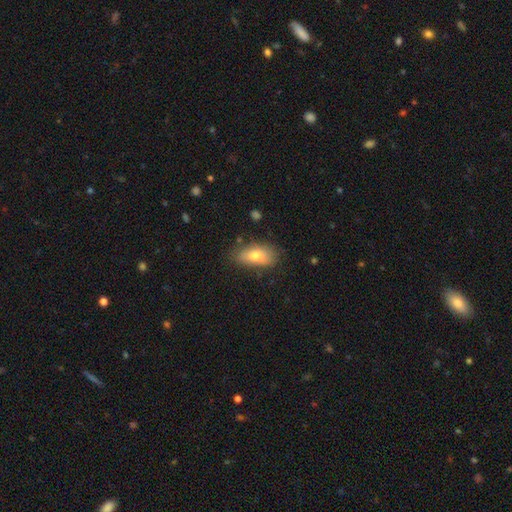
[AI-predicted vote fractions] smooth_or_featured: smooth (p=0.74) [alt: featured or disk p=0.18]
how_rounded: in between (p=0.89) [alt: cigar-shaped p=0.06]
merging: none (p=0.72) [alt: minor disturbance p=0.21]